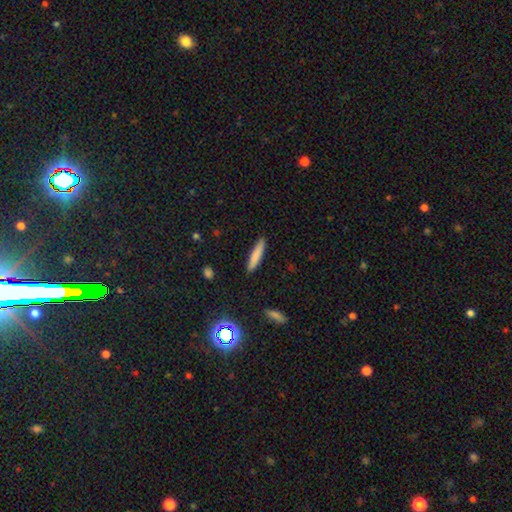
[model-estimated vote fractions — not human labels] Morphology: type=smooth (81%); roundness=cigar-shaped (87%); merging=none (90%).